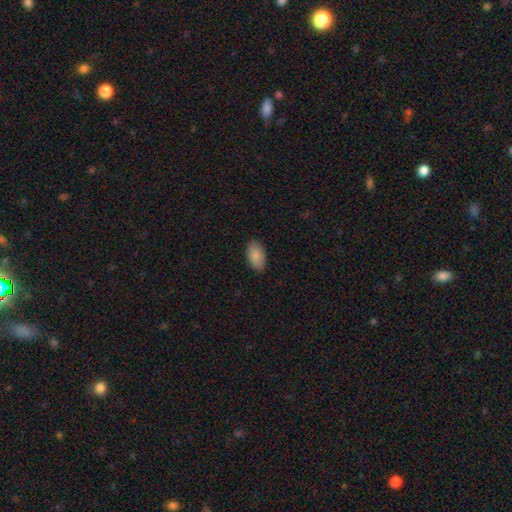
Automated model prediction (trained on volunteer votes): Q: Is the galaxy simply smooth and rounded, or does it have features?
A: smooth — 88%.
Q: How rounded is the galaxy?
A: in between — 95%.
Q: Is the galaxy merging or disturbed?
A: none — 88%.